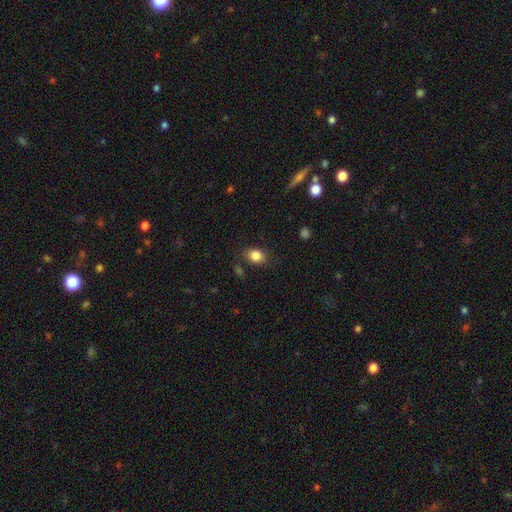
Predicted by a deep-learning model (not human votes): Morphology: type=smooth (85%); roundness=in between (55%); merging=none (79%).